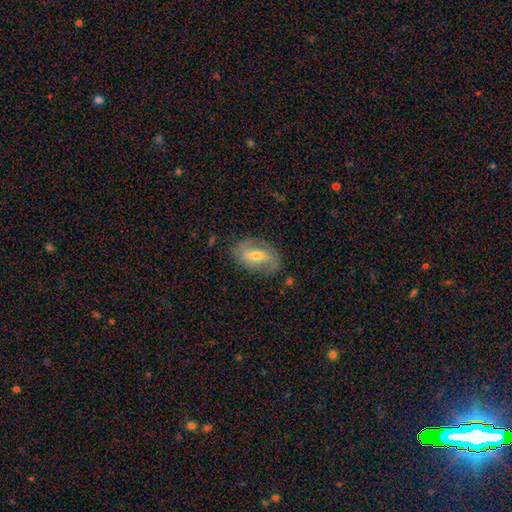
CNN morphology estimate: The model was most divided on "bulge size": moderate: 49%, small: 47%, large: 2%, none: 1%, dominant: 1%. Remaining: edge-on disk — no (92%); spiral arms — yes (77%); merging — none (75%); smooth or featured — featured or disk (70%); bar — strong (43%).